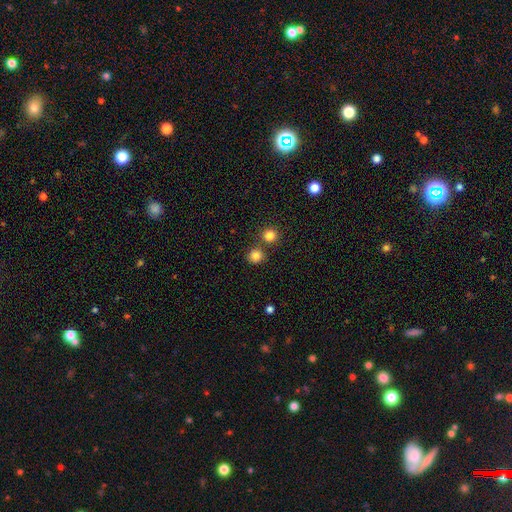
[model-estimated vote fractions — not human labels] Smooth or featured?
  - smooth: 83% *
  - star or artifact: 12%
  - featured or disk: 5%
How rounded?
  - round: 90% *
  - in between: 9%
  - cigar-shaped: 1%
Merging?
  - none: 72% *
  - merger: 18%
  - minor disturbance: 7%
  - major disturbance: 3%